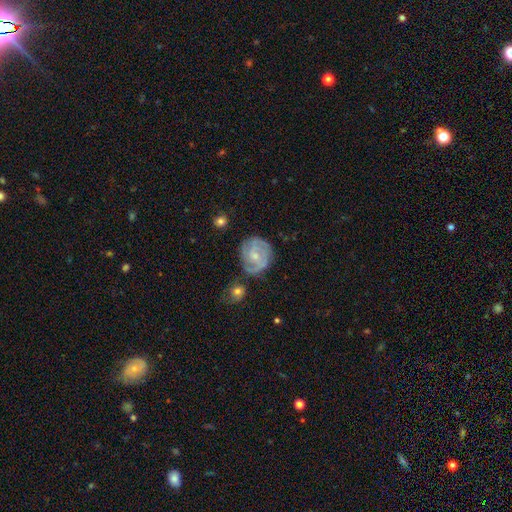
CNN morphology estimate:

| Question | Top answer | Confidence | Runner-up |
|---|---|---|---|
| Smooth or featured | featured or disk | 77% | smooth (17%) |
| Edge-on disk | no | 98% | yes (2%) |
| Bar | no | 56% | weak (38%) |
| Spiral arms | yes | 93% | no (7%) |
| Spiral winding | tight | 54% | medium (36%) |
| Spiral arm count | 2 | 36% | 3 (28%) |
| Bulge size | small | 56% | moderate (37%) |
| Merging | none | 67% | minor disturbance (21%) |